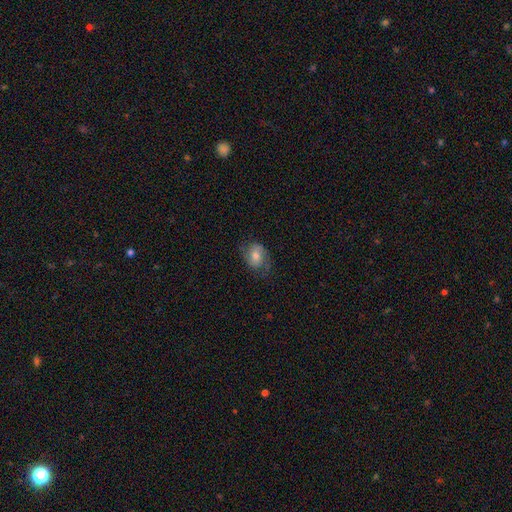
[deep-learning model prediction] Smooth or featured?
  - featured or disk: 50% *
  - smooth: 41%
  - star or artifact: 9%
Edge-on disk?
  - no: 96% *
  - yes: 4%
Merging?
  - none: 67% *
  - minor disturbance: 21%
  - major disturbance: 10%
  - merger: 1%